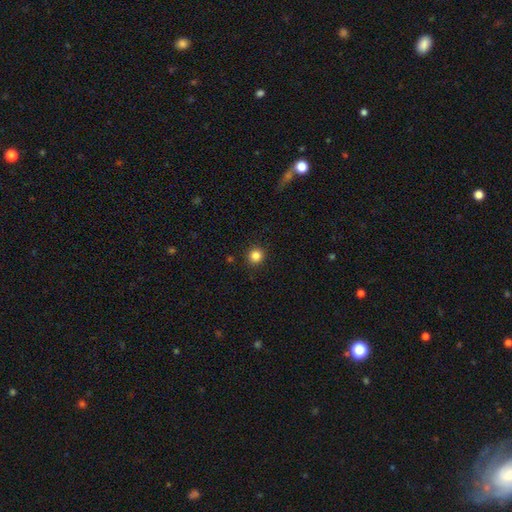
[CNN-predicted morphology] Smooth or featured? Predicted: smooth (p=0.85). How rounded? Predicted: round (p=0.93). Merging? Predicted: none (p=0.92).